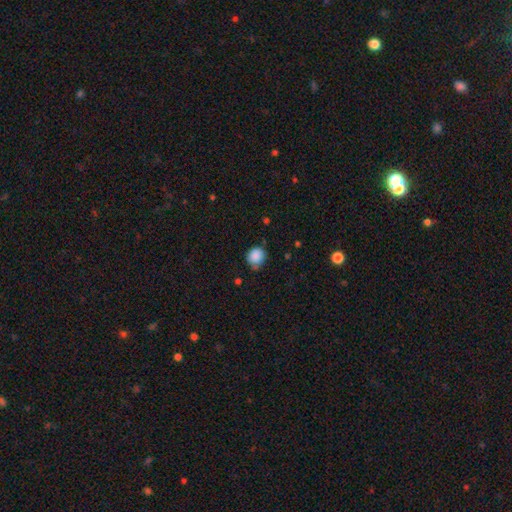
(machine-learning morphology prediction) Smooth or featured? Predicted: smooth (p=0.87). How rounded? Predicted: round (p=0.74). Merging? Predicted: none (p=0.65).